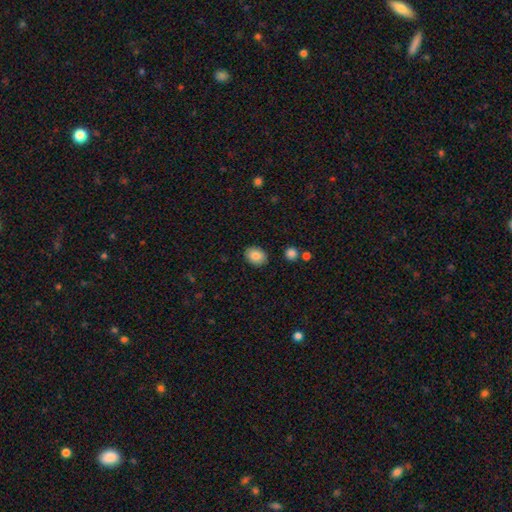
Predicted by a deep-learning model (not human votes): smooth_or_featured: smooth (p=0.86) [alt: star or artifact p=0.08]
how_rounded: in between (p=0.65) [alt: round p=0.34]
merging: none (p=0.87) [alt: minor disturbance p=0.09]